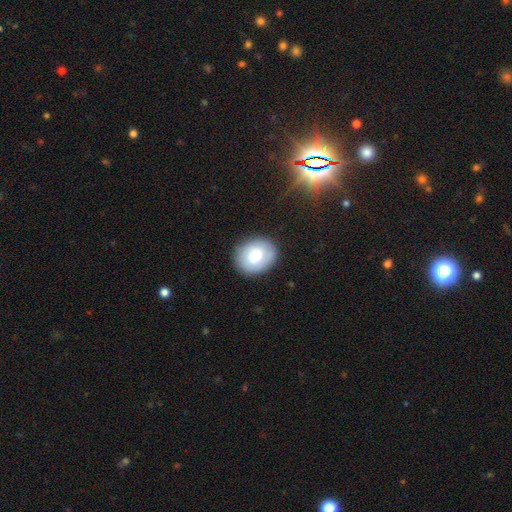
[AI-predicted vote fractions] Smooth or featured? Predicted: smooth (p=0.69). How rounded? Predicted: round (p=0.57). Merging? Predicted: none (p=0.85).